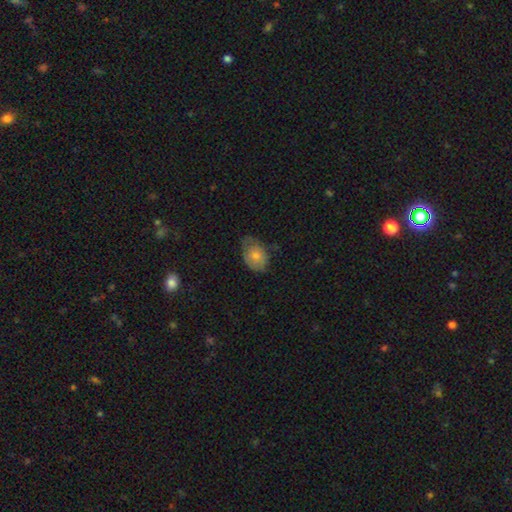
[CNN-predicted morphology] type=smooth (65%); roundness=in between (78%); merging=none (59%).